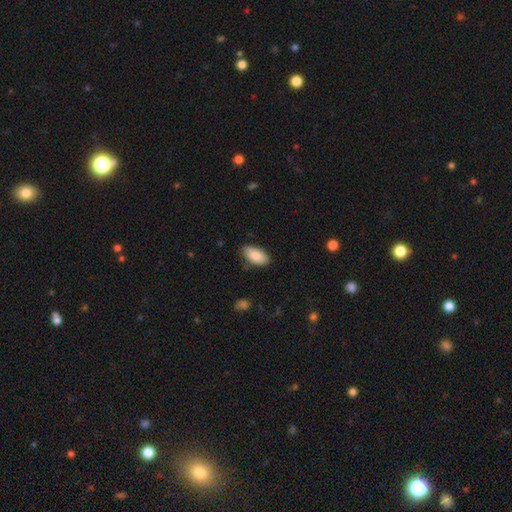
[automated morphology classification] Smooth or featured: smooth — 86% (featured or disk — 7%)
How rounded: in between — 94% (cigar-shaped — 4%)
Merging: none — 81% (minor disturbance — 15%)